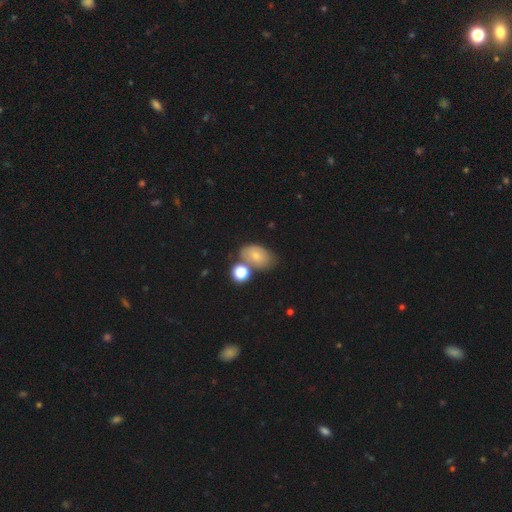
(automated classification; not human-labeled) smooth_or_featured: smooth (p=0.67) [alt: featured or disk p=0.21]
how_rounded: in between (p=0.84) [alt: round p=0.14]
merging: none (p=0.55) [alt: minor disturbance p=0.20]